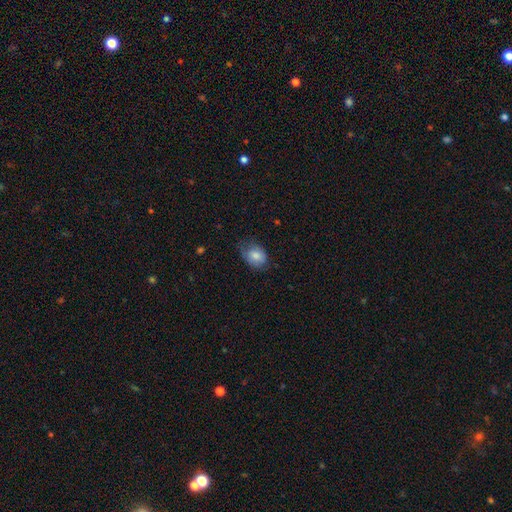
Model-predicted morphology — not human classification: Overall: smooth (80%). How rounded: in between (66%; round 33%). Merging: none (59%; minor disturbance 30%).